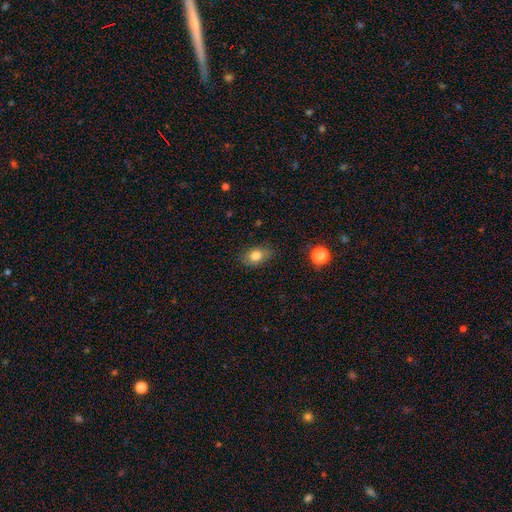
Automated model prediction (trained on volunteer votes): This is clearly a smooth galaxy (81%). How rounded: likely in between (78%). Merging: clearly none (81%).